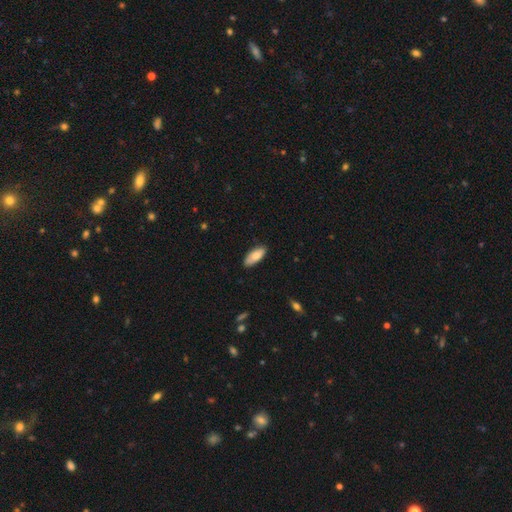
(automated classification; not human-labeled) smooth_or_featured: smooth (p=0.81) [alt: featured or disk p=0.13]
how_rounded: in between (p=0.82) [alt: cigar-shaped p=0.17]
merging: none (p=0.85) [alt: minor disturbance p=0.12]